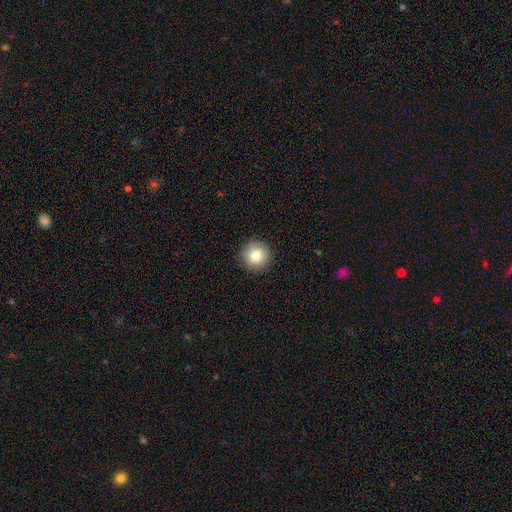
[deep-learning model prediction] smooth_or_featured: smooth (p=0.81) [alt: star or artifact p=0.10]
how_rounded: round (p=0.96) [alt: in between p=0.03]
merging: none (p=0.92) [alt: minor disturbance p=0.05]